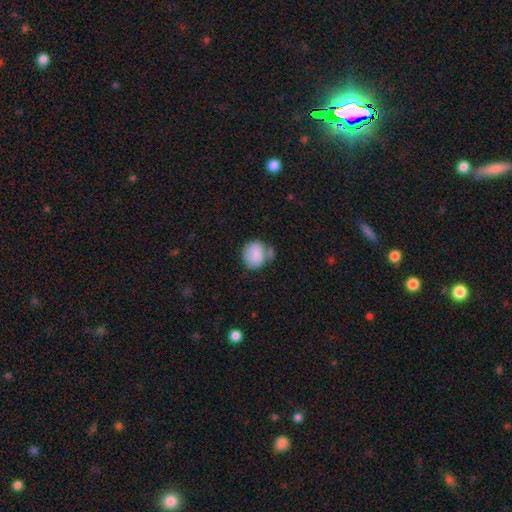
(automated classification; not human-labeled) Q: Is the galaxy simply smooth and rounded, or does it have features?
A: smooth — 85%.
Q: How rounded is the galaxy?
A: round — 65%.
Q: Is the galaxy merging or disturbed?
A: none — 48%.